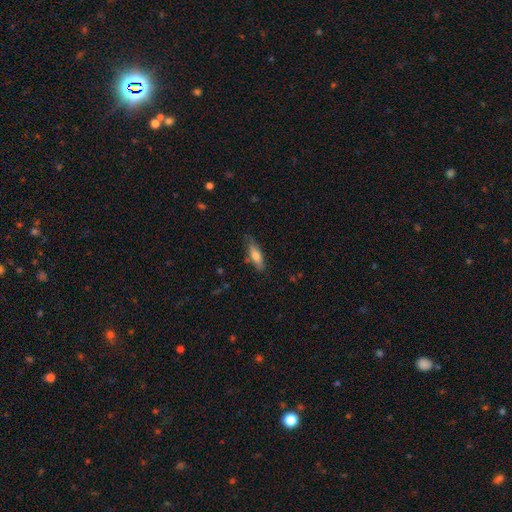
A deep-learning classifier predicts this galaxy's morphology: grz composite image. It shows a smooth galaxy with no disk features (66%) that is cigar-shaped (53%). Merging: none (74%).